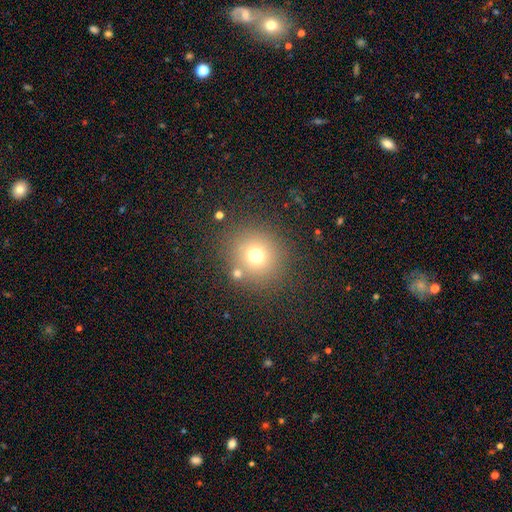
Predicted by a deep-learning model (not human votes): smooth-or-featured: smooth: 69% | star or artifact: 19% | featured or disk: 12%
  how-rounded: round: 91% | in between: 8% | cigar-shaped: 1%
  merging: none: 79% | minor disturbance: 9% | merger: 7% | major disturbance: 5%